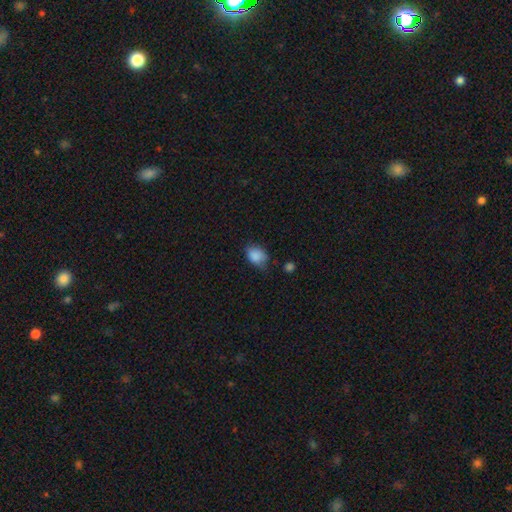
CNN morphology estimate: Smooth or featured? Predicted: smooth (p=0.86). How rounded? Predicted: in between (p=0.71). Merging? Predicted: none (p=0.56).